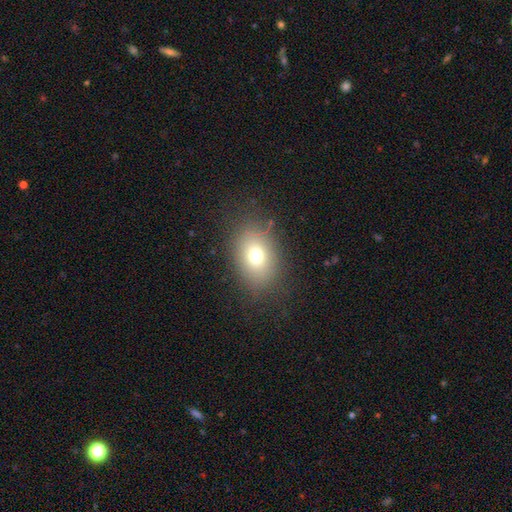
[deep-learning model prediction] This is likely a smooth galaxy (72%). How rounded: likely in between (67%). Merging: clearly none (82%).